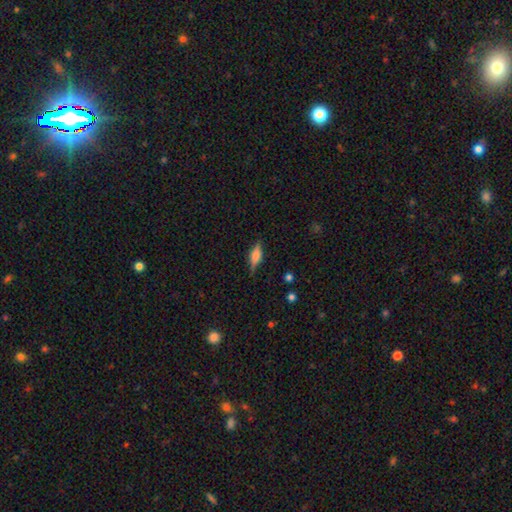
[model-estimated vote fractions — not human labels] Morphology: type=smooth (48%); merging=none (82%).